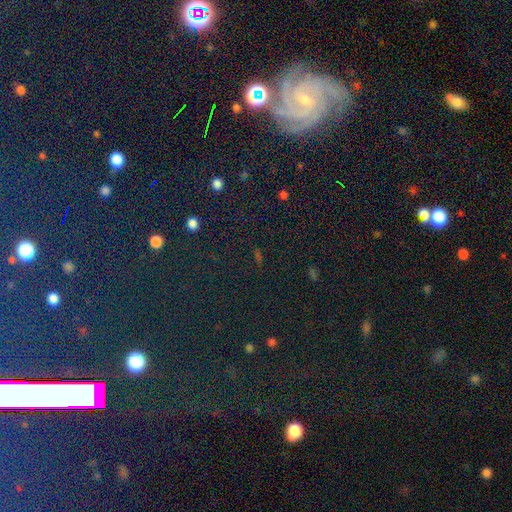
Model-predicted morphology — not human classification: This is possibly a star or artifact rather than a galaxy (57%).